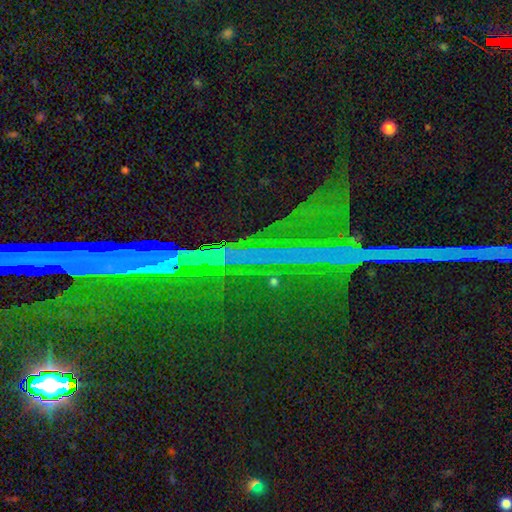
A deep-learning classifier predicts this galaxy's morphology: This is clearly a star or artifact rather than a galaxy (87%).